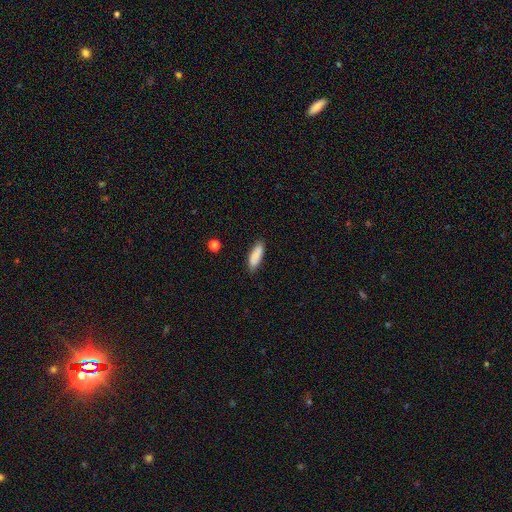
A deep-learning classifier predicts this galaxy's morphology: smooth_or_featured: smooth (p=0.86) [alt: featured or disk p=0.07]
how_rounded: in between (p=0.60) [alt: cigar-shaped p=0.38]
merging: none (p=0.83) [alt: minor disturbance p=0.13]